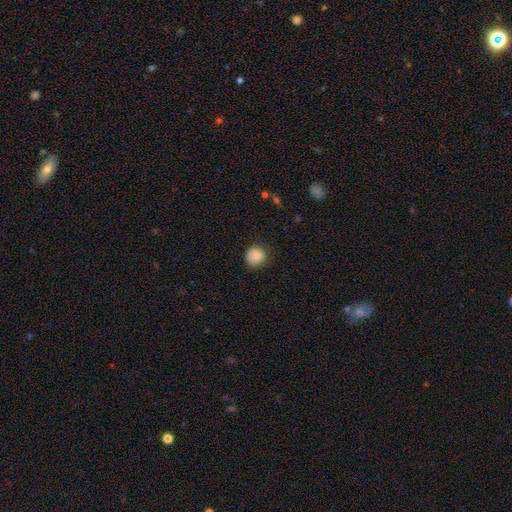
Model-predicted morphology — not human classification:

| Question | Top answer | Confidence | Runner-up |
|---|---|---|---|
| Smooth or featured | smooth | 83% | featured or disk (9%) |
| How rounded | round | 85% | in between (14%) |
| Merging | none | 74% | minor disturbance (20%) |